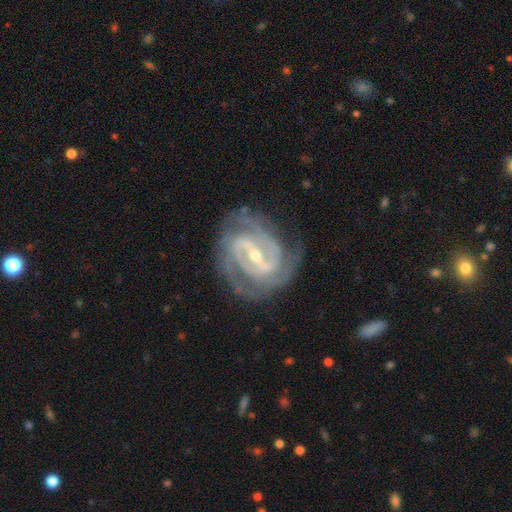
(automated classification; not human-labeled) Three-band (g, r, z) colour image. It shows a featured or disk galaxy (92%) with a strong bar (60%), 2 (51%) tight (59%) spiral arms (98%) and a small central bulge (58%). Merging: none (77%).